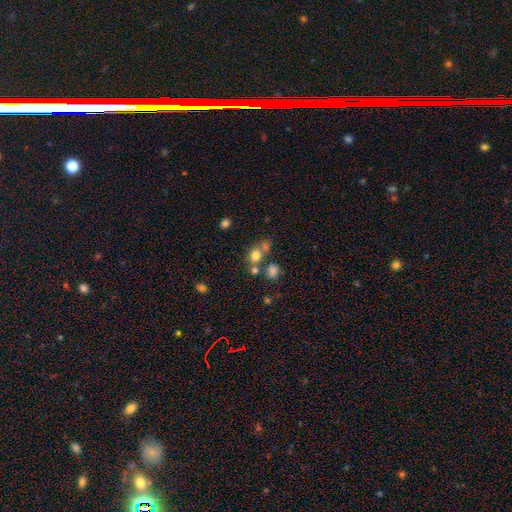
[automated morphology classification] A smooth galaxy with no disk features (73%) that is round (78%).

Vote fractions:
- Smooth or featured? smooth: 73% / star or artifact: 16% / featured or disk: 11%
- How rounded? round: 78% / in between: 20% / cigar-shaped: 1%
- Merging? none: 52% / merger: 32% / minor disturbance: 10% / major disturbance: 5%